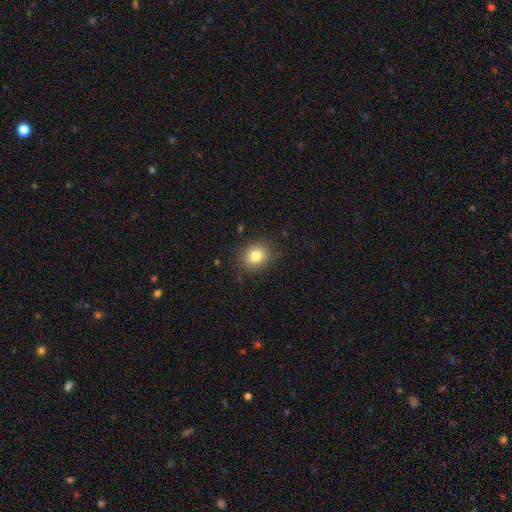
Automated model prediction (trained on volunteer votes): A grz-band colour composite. It shows a smooth galaxy with no disk features (80%) that is round (70%). Merging: none (87%).